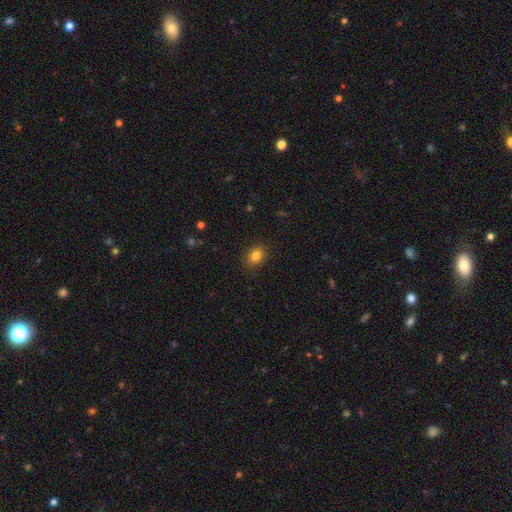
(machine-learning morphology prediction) The model was most divided on "how rounded": in between: 53%, round: 46%, cigar-shaped: 1%. More confident: merging — none (85%); smooth or featured — smooth (83%).